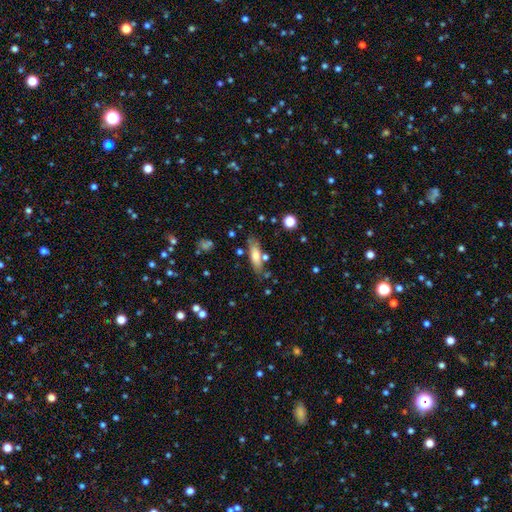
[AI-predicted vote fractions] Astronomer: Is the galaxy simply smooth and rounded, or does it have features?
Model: smooth — 68%.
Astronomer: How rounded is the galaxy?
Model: cigar-shaped — 52% (runner-up: in between, 46%).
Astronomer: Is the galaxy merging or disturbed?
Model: none — 71%.